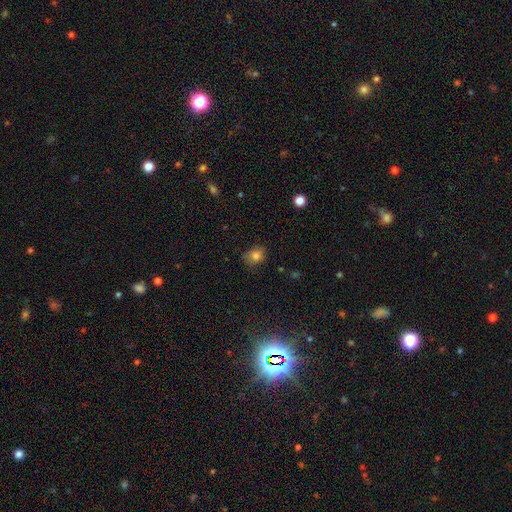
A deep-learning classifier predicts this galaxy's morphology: Smooth or featured? smooth (79%)
How rounded? round (60%)
Merging? none (69%)